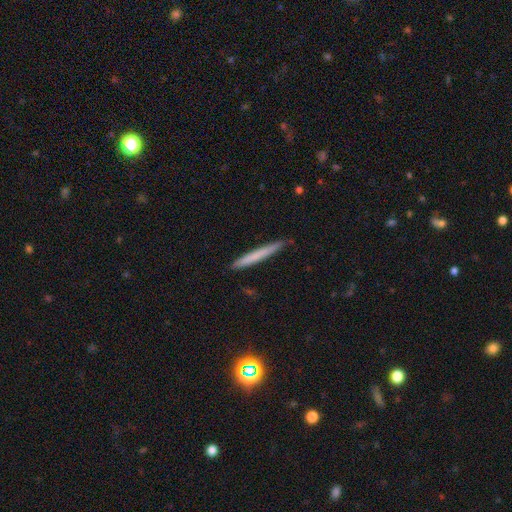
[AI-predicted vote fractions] This is likely a smooth galaxy (65%). How rounded: clearly cigar-shaped (97%). Merging: clearly none (87%).